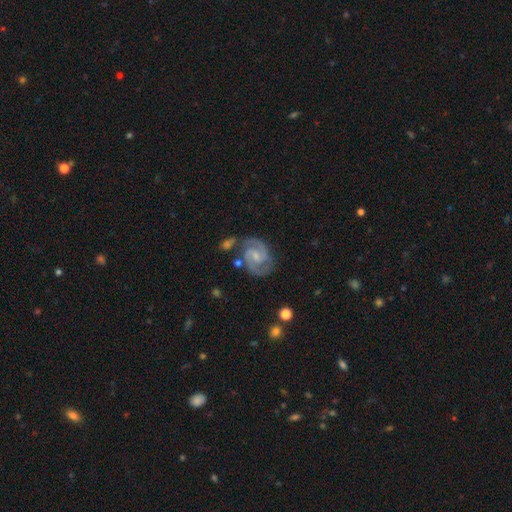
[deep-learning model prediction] Morphology: type=featured or disk (91%); edge-on=no (98%); bar=weak (51%); spiral arms=yes (98%); winding=medium (55%); arm count=2 (92%); bulge=small (63%); merging=none (73%).